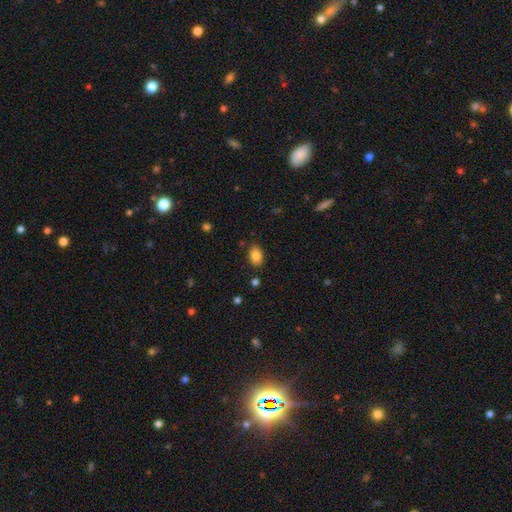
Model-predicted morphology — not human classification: smooth_or_featured: smooth (p=0.85) [alt: star or artifact p=0.09]
how_rounded: in between (p=0.81) [alt: round p=0.18]
merging: none (p=0.84) [alt: minor disturbance p=0.11]